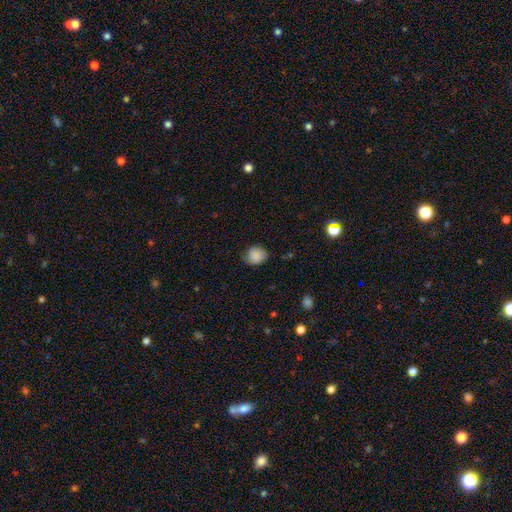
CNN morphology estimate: type=smooth (85%); roundness=round (70%); merging=none (71%).